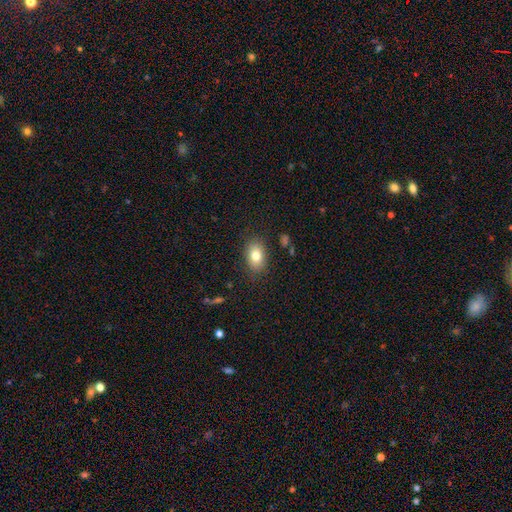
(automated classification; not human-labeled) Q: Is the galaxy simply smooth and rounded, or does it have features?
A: smooth — 80%.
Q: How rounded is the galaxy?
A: in between — 84%.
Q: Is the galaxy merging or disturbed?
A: none — 85%.